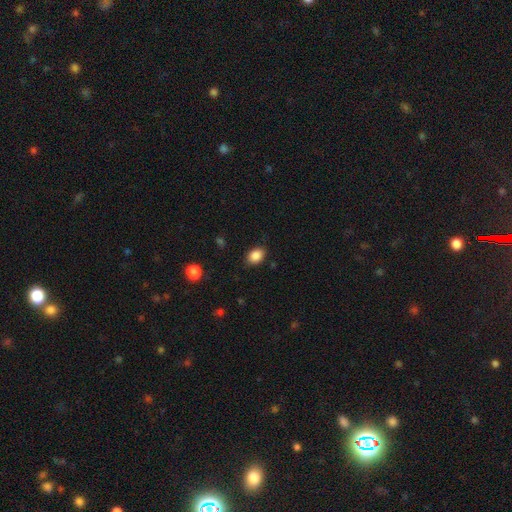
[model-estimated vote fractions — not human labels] This appears to be a smooth galaxy with no disk features (87%) that is in between round and cigar-shaped (74%). Merging: none (85%).